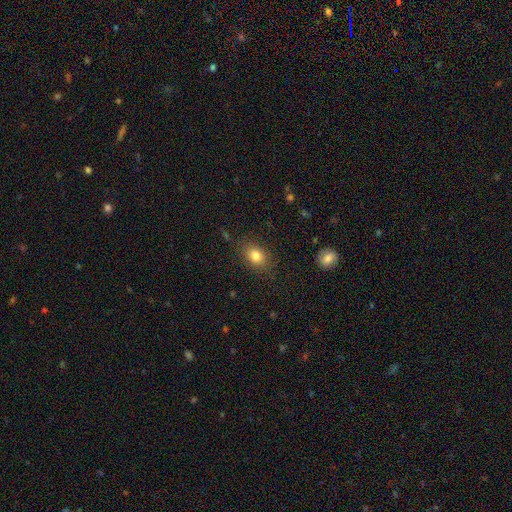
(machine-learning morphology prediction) Overall: smooth (81%). How rounded: in between (67%; round 32%). Merging: none (84%).